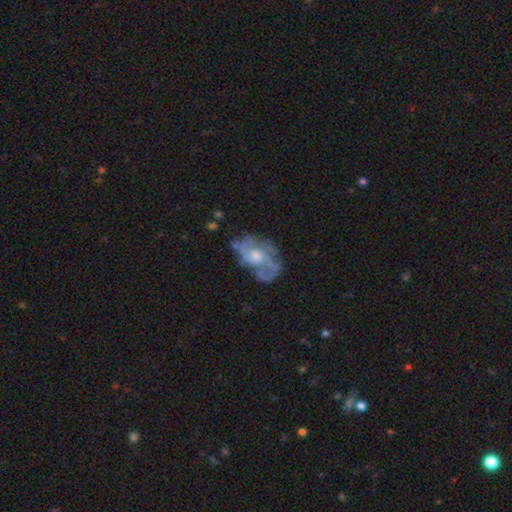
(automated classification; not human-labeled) A featured or disk galaxy (76%) with no bar (75%), medium (44%) spiral arms (73%) and a moderate central bulge (63%).

Vote fractions:
- Smooth or featured? featured or disk: 76% / smooth: 16% / star or artifact: 8%
- Edge-on disk? no: 97% / yes: 3%
- Bar? no: 75% / weak: 21% / strong: 4%
- Spiral arms? yes: 73% / no: 27%
- Spiral winding? medium: 44% / loose: 29% / tight: 27%
- Spiral arm count? can't tell: 35% / 2: 24% / 3: 22% / 4: 9% / 1: 5% / more than 4: 5%
- Bulge size? moderate: 63% / small: 22% / large: 10% / none: 4% / dominant: 1%
- Merging? none: 58% / minor disturbance: 21% / major disturbance: 18% / merger: 3%